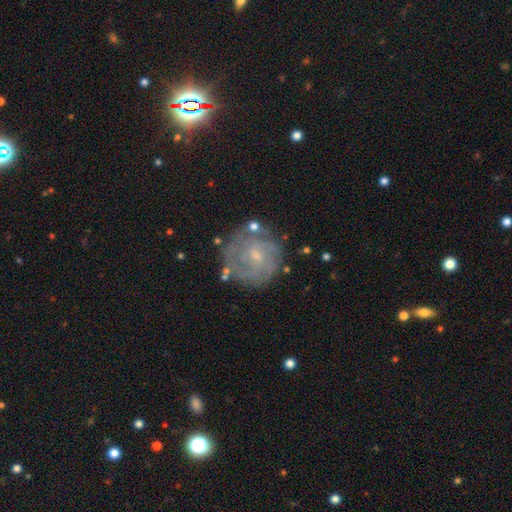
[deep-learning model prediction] A featured or disk galaxy (73%) with no bar (52%), tight (63%) spiral arms (84%) and a small central bulge (65%). Merging: none (72%).